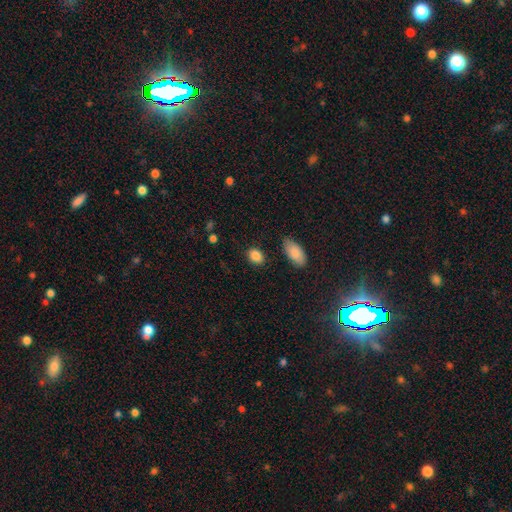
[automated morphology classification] smooth 87%, star or artifact 8%, featured or disk 4%. Down the decision tree: how rounded — in between (65%); merging — none (84%).